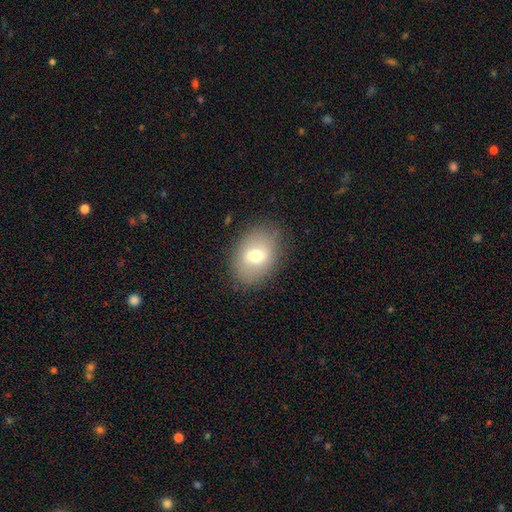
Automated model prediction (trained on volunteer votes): This is likely a smooth galaxy (65%). How rounded: likely in between (73%). Merging: clearly none (83%).